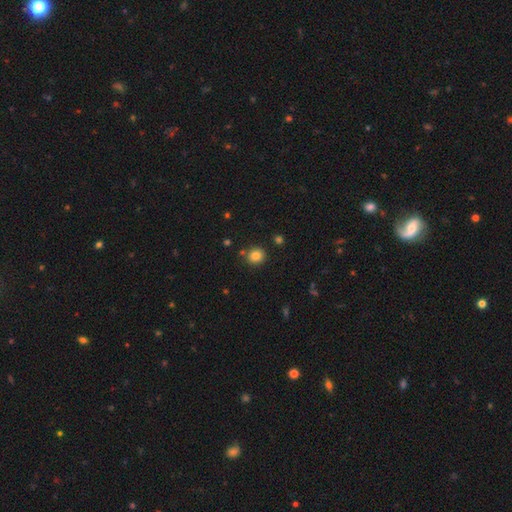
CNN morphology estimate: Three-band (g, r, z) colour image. It shows a smooth galaxy with no disk features (82%) that is round (88%). Merging: none (85%).